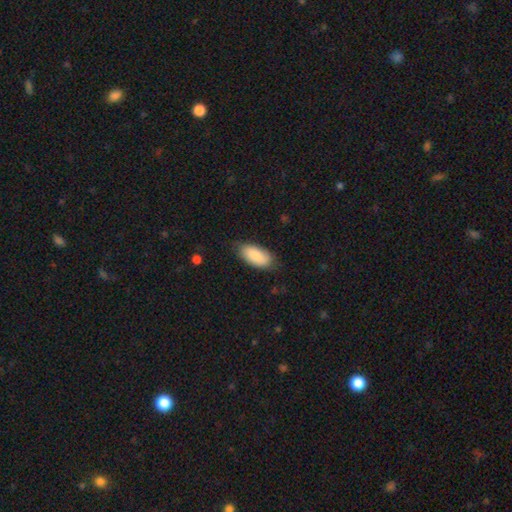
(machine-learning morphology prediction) smooth_or_featured: smooth (p=0.87) [alt: featured or disk p=0.07]
how_rounded: in between (p=0.92) [alt: cigar-shaped p=0.06]
merging: none (p=0.76) [alt: minor disturbance p=0.19]